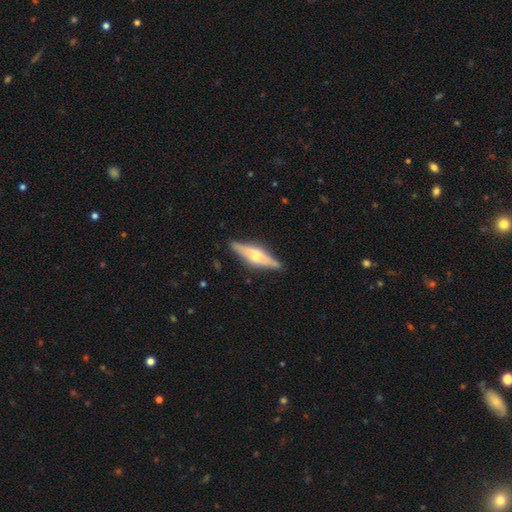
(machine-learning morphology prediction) type=featured or disk (66%); edge-on=yes (94%); edge-on bulge=rounded (91%); merging=none (87%).